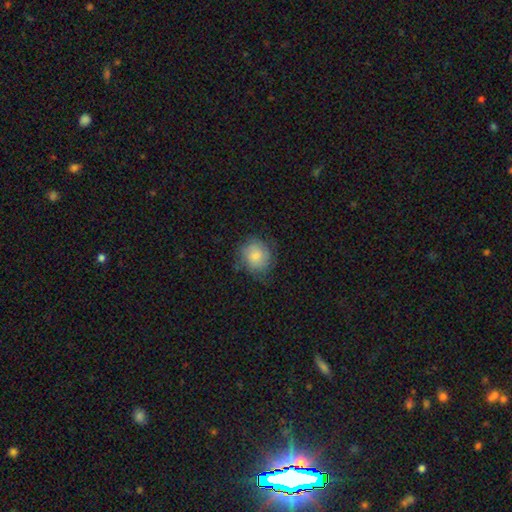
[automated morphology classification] Q: Smooth or featured?
A: smooth (71%); runner-up: featured or disk (22%)
Q: How rounded?
A: round (77%); runner-up: in between (22%)
Q: Merging?
A: none (67%); runner-up: minor disturbance (22%)